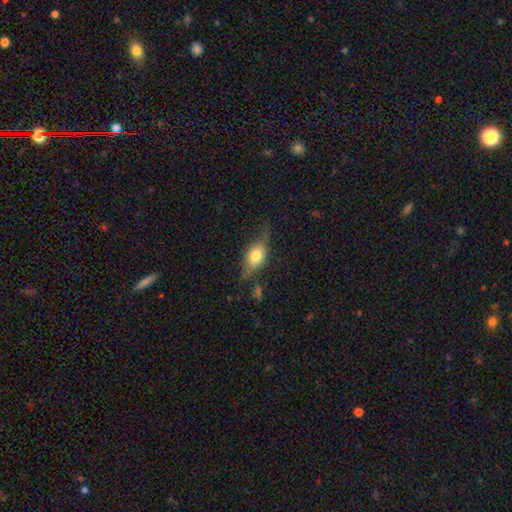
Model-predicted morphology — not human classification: smooth_or_featured: smooth (p=0.50) [alt: featured or disk p=0.42]
how_rounded: in between (p=0.70) [alt: round p=0.15]
merging: none (p=0.62) [alt: minor disturbance p=0.25]